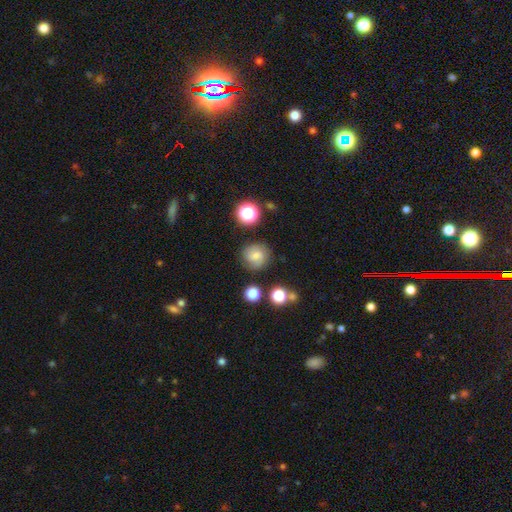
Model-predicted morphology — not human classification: Q: Smooth or featured?
A: smooth (66%); runner-up: featured or disk (22%)
Q: How rounded?
A: round (85%); runner-up: in between (14%)
Q: Merging?
A: none (77%); runner-up: minor disturbance (15%)